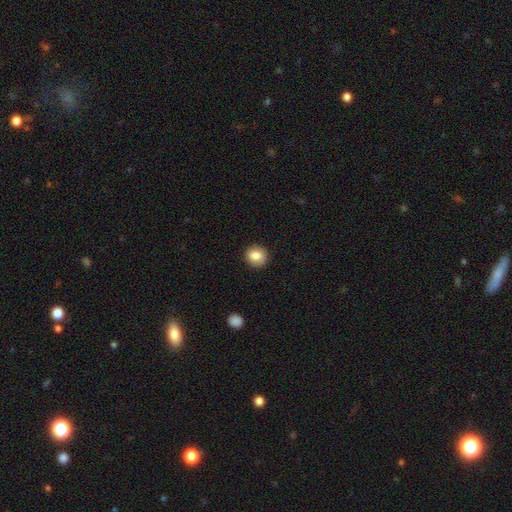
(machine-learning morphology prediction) smooth_or_featured: smooth (p=0.83) [alt: star or artifact p=0.08]
how_rounded: round (p=0.80) [alt: in between p=0.19]
merging: none (p=0.88) [alt: minor disturbance p=0.08]